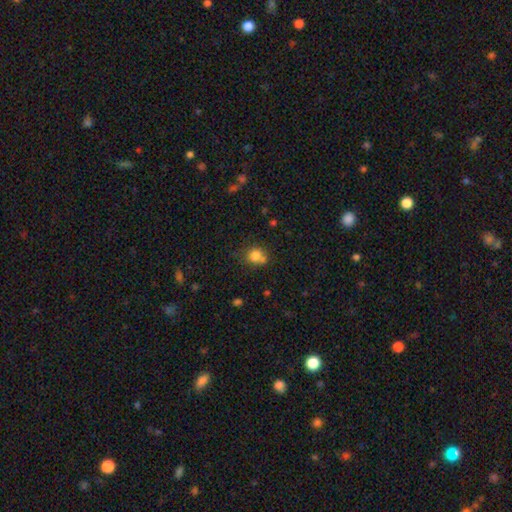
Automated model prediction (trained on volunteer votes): Morphology: type=smooth (77%); roundness=round (71%); merging=none (49%).